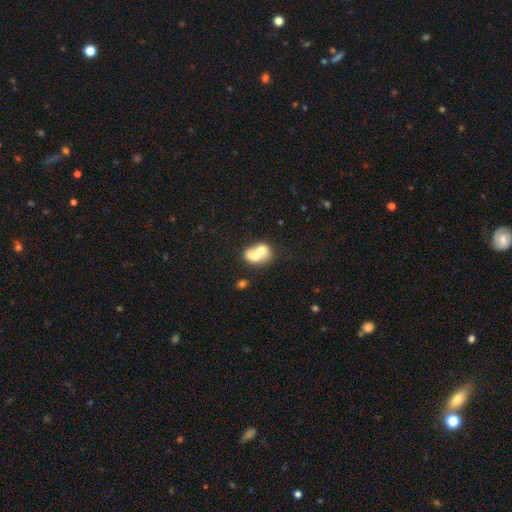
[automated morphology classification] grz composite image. It shows a smooth galaxy with no disk features (60%) that is in between round and cigar-shaped (52%). Merging: merger (76%).